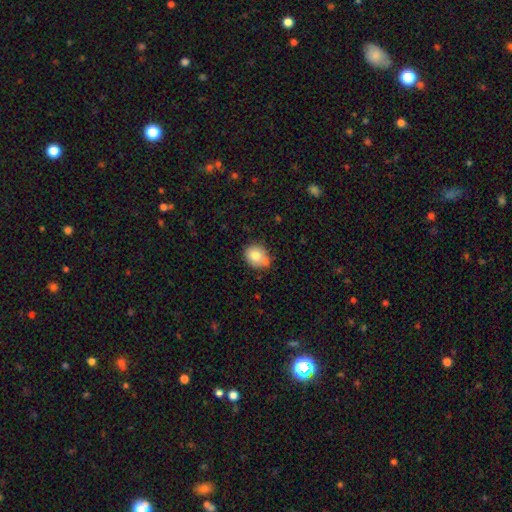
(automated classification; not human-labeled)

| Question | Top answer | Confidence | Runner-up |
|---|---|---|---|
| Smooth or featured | smooth | 78% | featured or disk (13%) |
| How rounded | round | 59% | in between (40%) |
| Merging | none | 59% | minor disturbance (24%) |